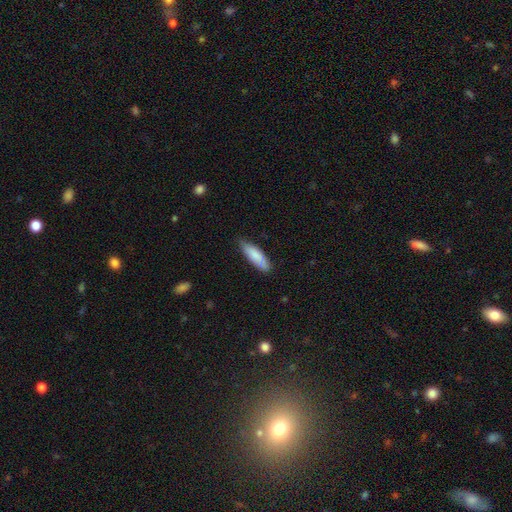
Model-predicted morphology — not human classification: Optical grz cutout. It shows a smooth galaxy with no disk features (82%) that is in between round and cigar-shaped (51%). Merging: none (73%).